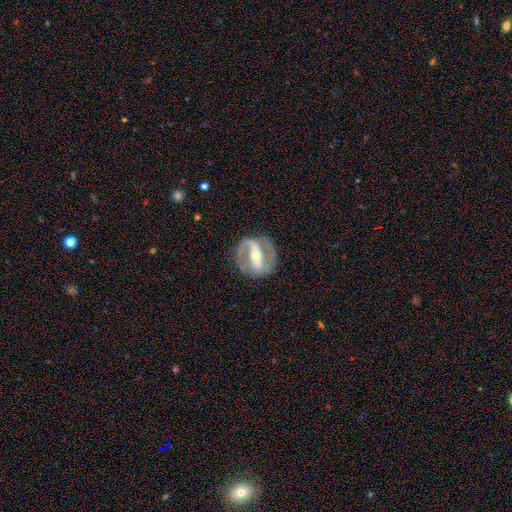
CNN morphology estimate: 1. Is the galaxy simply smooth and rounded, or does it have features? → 86% featured or disk, 9% smooth, 5% star or artifact.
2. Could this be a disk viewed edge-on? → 94% no, 6% yes.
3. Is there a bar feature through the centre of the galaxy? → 71% strong, 19% weak, 10% no.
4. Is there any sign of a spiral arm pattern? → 85% yes, 15% no.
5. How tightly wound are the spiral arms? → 47% medium, 36% tight, 17% loose.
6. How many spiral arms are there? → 89% 2, 5% can't tell, 3% 1, 1% 3, 1% 4, 1% more than 4.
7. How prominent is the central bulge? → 50% moderate, 46% small, 3% large, 1% none, 1% dominant.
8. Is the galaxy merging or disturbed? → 83% none, 10% minor disturbance, 5% major disturbance, 1% merger.